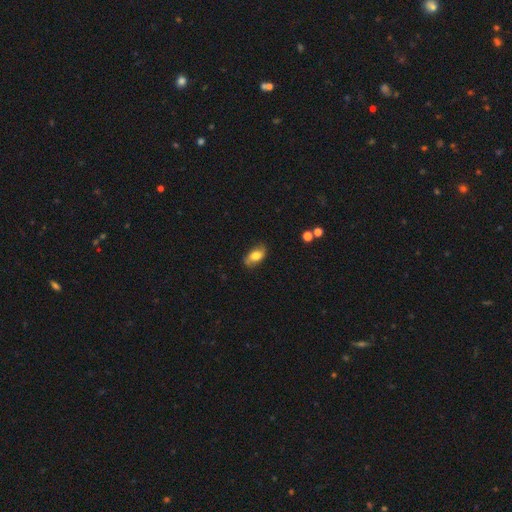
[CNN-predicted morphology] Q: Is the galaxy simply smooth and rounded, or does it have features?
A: smooth — 69%.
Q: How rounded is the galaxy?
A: in between — 90%.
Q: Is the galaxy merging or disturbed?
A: none — 70%.